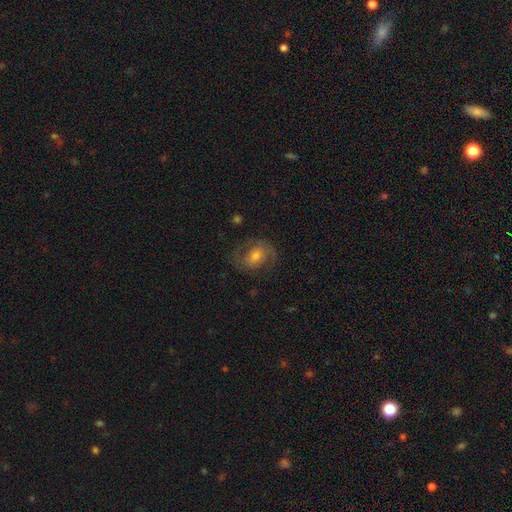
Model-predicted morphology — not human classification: Smooth or featured: featured or disk — 65% (smooth — 25%)
Edge-on disk: no — 97% (yes — 3%)
Bar: no — 49% (weak — 37%)
Spiral arms: yes — 85% (no — 15%)
Spiral winding: medium — 51% (tight — 26%)
Spiral arm count: 2 — 84% (can't tell — 9%)
Bulge size: moderate — 53% (small — 34%)
Merging: none — 72% (minor disturbance — 15%)